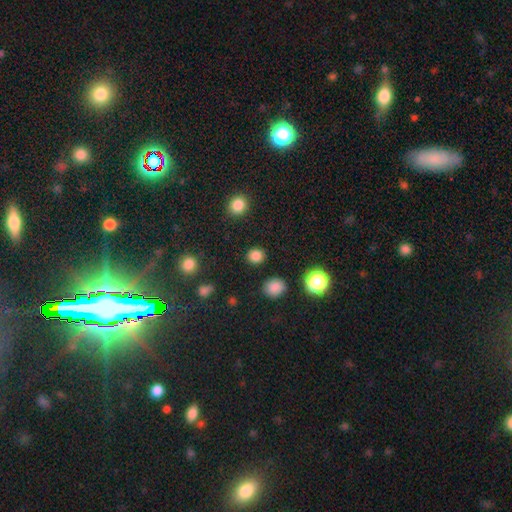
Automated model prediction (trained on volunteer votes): smooth 83%, star or artifact 13%, featured or disk 3%. Down the decision tree: how rounded — round (84%); merging — none (90%).